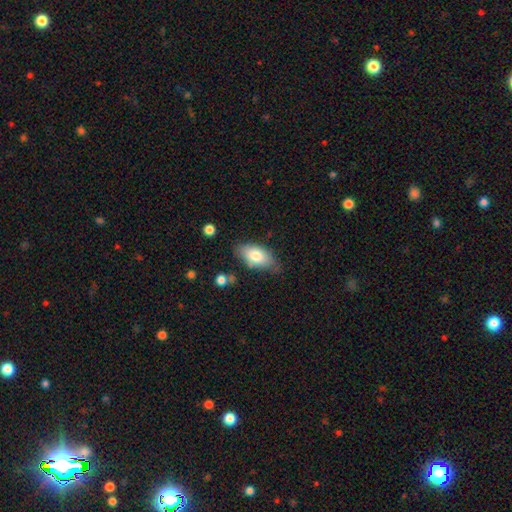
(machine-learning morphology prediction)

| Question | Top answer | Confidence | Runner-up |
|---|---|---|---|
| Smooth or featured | smooth | 77% | featured or disk (17%) |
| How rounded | in between | 91% | cigar-shaped (5%) |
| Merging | none | 66% | minor disturbance (26%) |